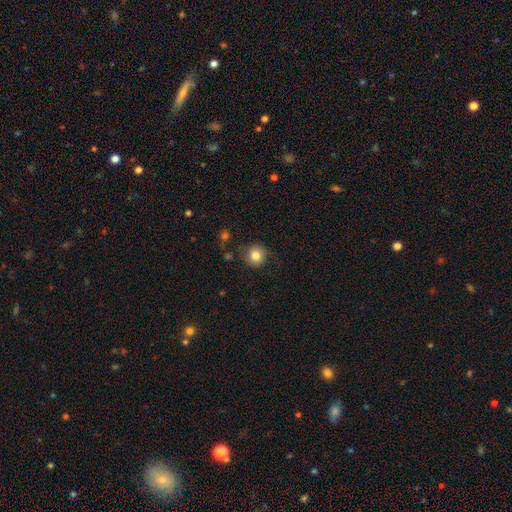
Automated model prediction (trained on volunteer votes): Overall: smooth (82%). How rounded: round (91%). Merging: none (82%).